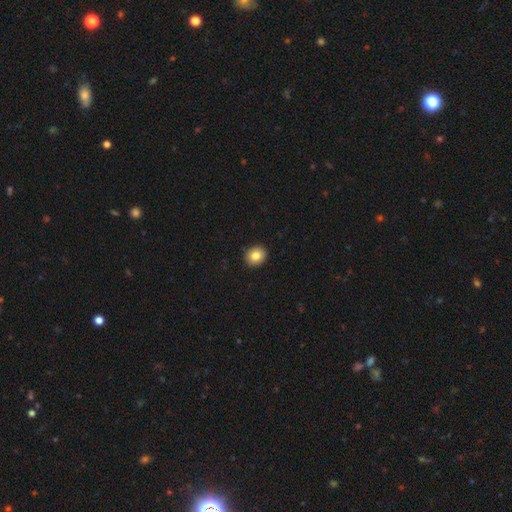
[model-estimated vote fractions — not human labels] Smooth or featured: smooth — 82% (star or artifact — 9%)
How rounded: round — 75% (in between — 24%)
Merging: none — 92% (minor disturbance — 6%)